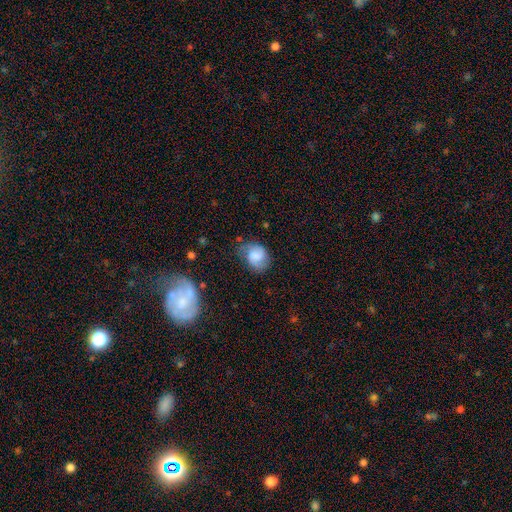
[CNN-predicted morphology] Smooth or featured: smooth — 47% (featured or disk — 44%)
Merging: none — 59% (minor disturbance — 28%)